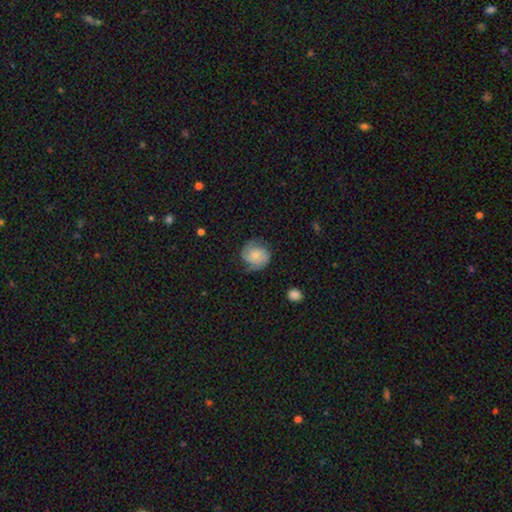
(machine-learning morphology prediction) This is likely a featured or disk galaxy (66%). It is clearly not viewed edge-on (98%). Bar: likely no (69%). Spiral arm pattern: clearly yes (92%). Spiral arm count: clearly 2 (80%). Spiral winding: marginally tight (43%). Central bulge: likely small (60%). Merging: likely none (72%).